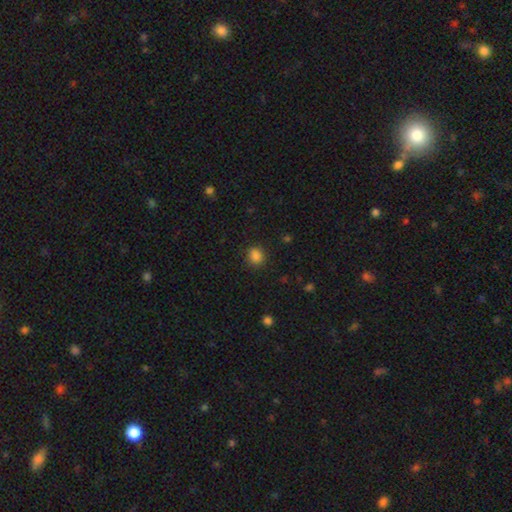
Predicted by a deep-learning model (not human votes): Morphology: type=smooth (85%); roundness=round (75%); merging=none (86%).